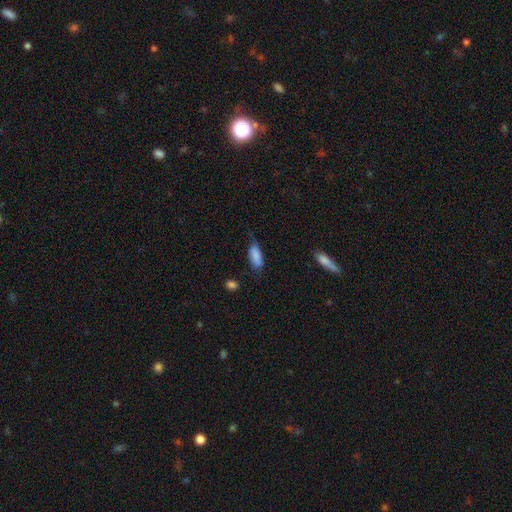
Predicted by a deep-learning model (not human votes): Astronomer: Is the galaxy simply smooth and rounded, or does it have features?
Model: smooth — 82%.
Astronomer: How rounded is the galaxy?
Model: in between — 80%.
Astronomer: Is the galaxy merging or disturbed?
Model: none — 45% (runner-up: minor disturbance, 39%).